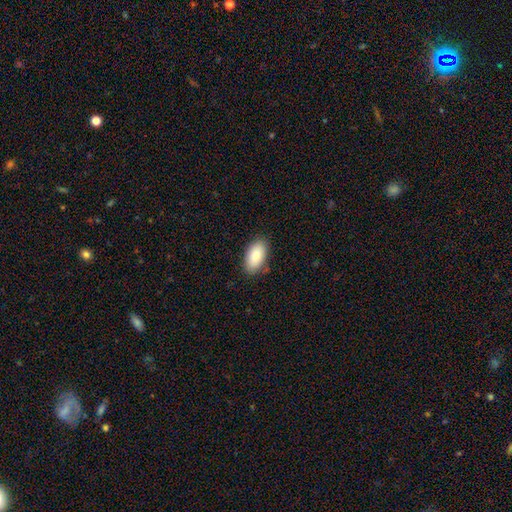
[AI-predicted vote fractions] Overall: smooth (86%). How rounded: in between (95%). Merging: none (83%).